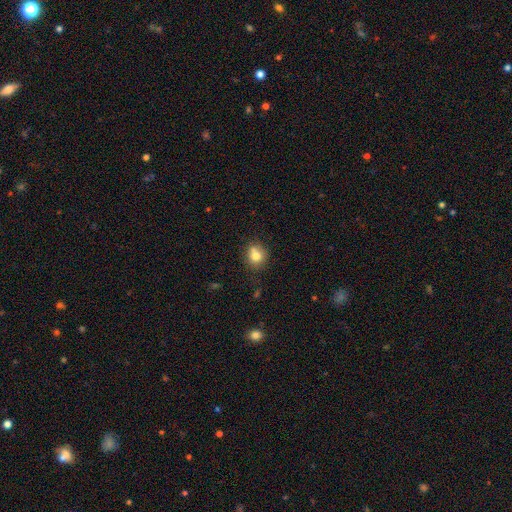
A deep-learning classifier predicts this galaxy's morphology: This appears to be a smooth galaxy with no disk features (75%) that is round (78%). Merging: none (59%).